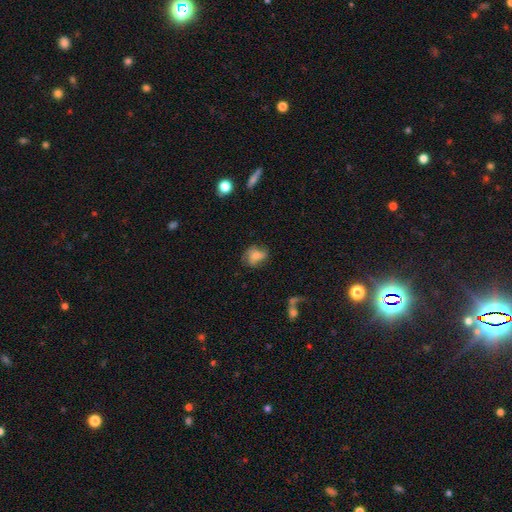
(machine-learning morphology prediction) Overall: smooth (54%; featured or disk 35%). How rounded: in between (62%; round 36%). Merging: none (51%; minor disturbance 26%).